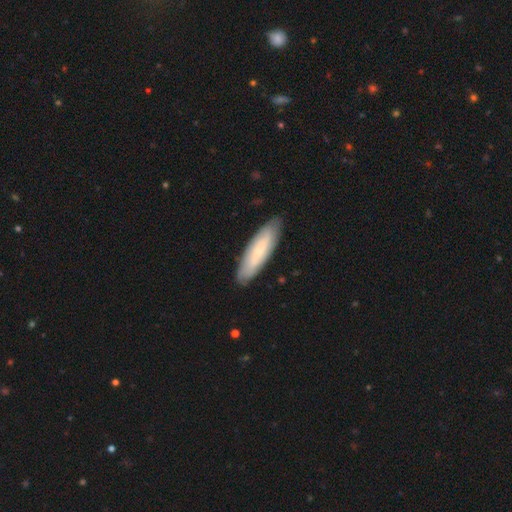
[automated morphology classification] Smooth or featured? smooth (54%)
How rounded? cigar-shaped (61%)
Merging? none (87%)